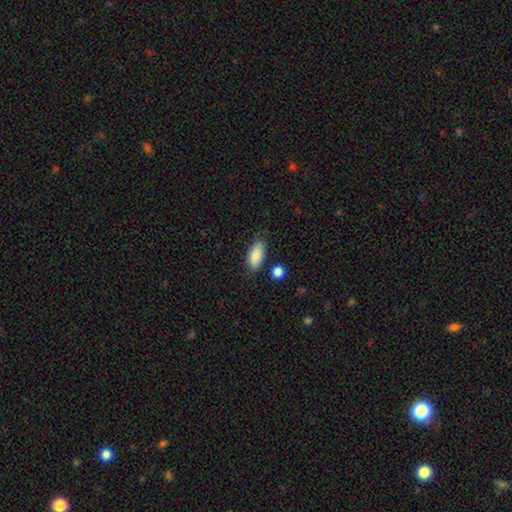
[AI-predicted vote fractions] Smooth or featured? smooth (85%)
How rounded? in between (91%)
Merging? none (78%)